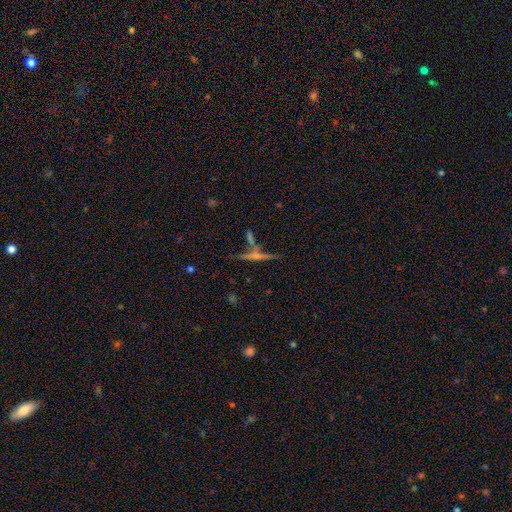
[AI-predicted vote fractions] Q: Smooth or featured?
A: featured or disk (56%); runner-up: smooth (31%)
Q: Edge-on disk?
A: yes (92%); runner-up: no (8%)
Q: Edge-on bulge?
A: rounded (50%); runner-up: none (37%)
Q: Merging?
A: none (62%); runner-up: merger (20%)